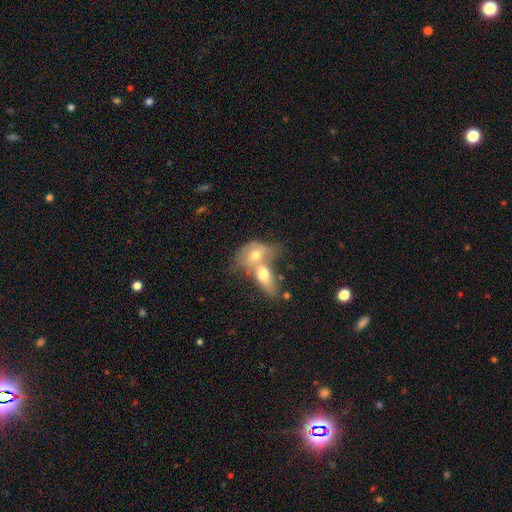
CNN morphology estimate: The model was most divided on "smooth or featured": smooth: 52%, featured or disk: 37%, star or artifact: 11%. More confident: how rounded — in between (72%); merging — merger (72%).